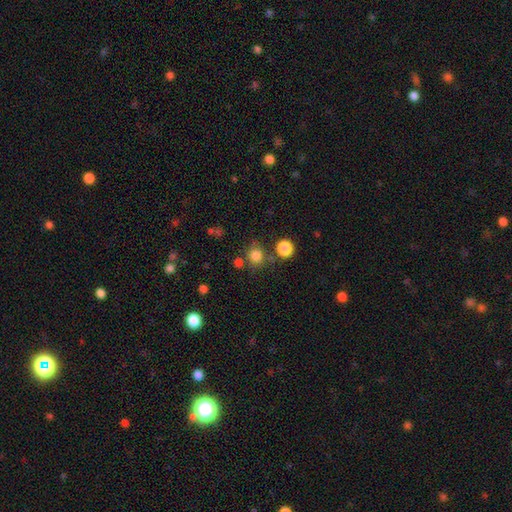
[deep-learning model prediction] Q: Smooth or featured?
A: smooth (81%); runner-up: star or artifact (14%)
Q: How rounded?
A: round (90%); runner-up: in between (9%)
Q: Merging?
A: none (76%); runner-up: merger (10%)